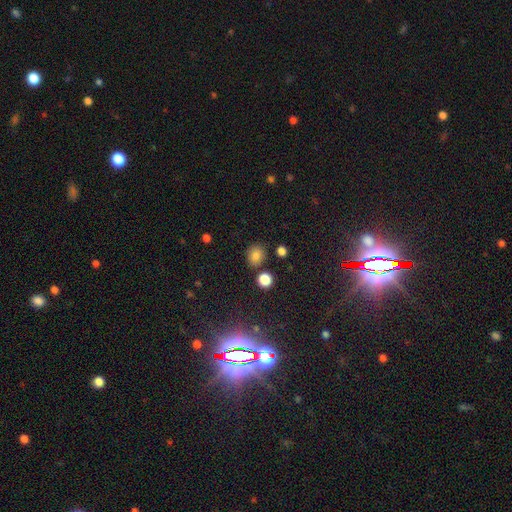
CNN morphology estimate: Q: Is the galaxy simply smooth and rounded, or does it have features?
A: smooth — 81%.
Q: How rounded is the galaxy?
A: round — 73%.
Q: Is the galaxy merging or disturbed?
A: none — 80%.